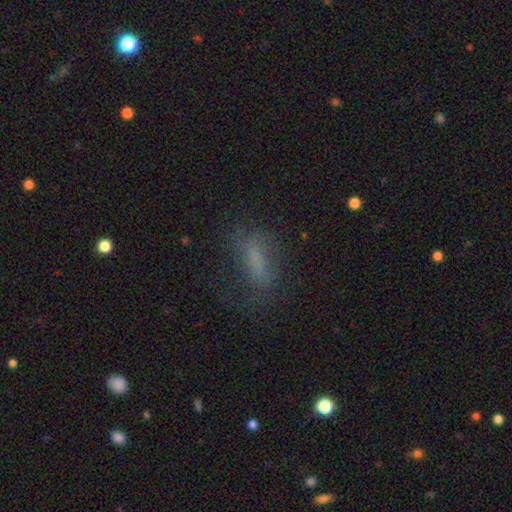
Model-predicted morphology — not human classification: The model was most divided on "how rounded": in between: 50%, cigar-shaped: 46%, round: 4%. More confident: merging — none (64%); smooth or featured — smooth (61%).